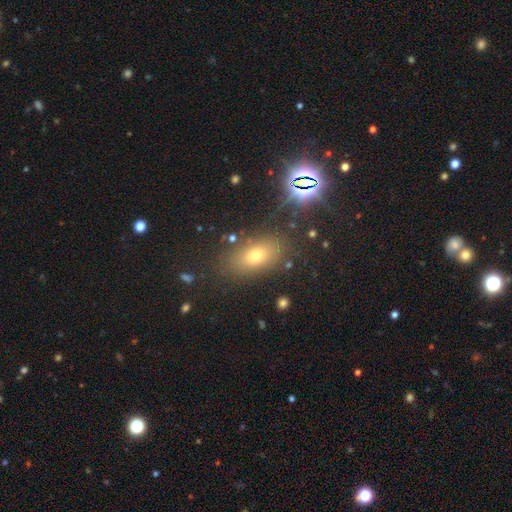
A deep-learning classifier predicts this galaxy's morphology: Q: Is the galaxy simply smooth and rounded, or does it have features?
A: smooth — 65%.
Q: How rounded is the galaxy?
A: in between — 82%.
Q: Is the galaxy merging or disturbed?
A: none — 82%.